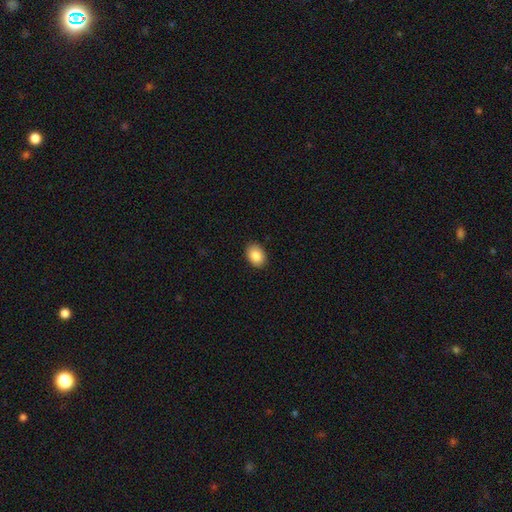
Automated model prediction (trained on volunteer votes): smooth-or-featured: smooth: 87% | star or artifact: 8% | featured or disk: 6%
  how-rounded: in between: 75% | round: 25% | cigar-shaped: 1%
  merging: none: 90% | minor disturbance: 7% | major disturbance: 2% | merger: 1%